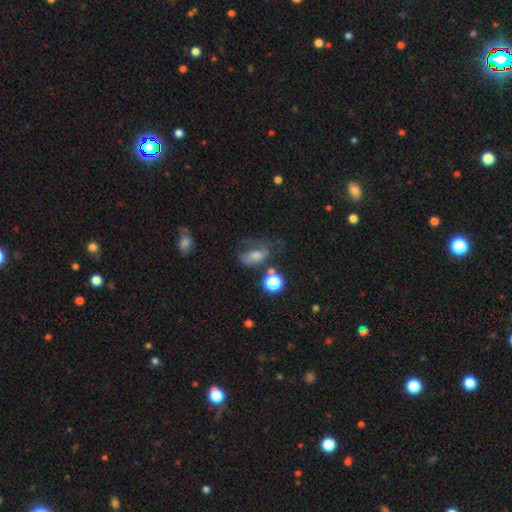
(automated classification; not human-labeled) A smooth galaxy with no disk features (44%). Merging: none (38%).